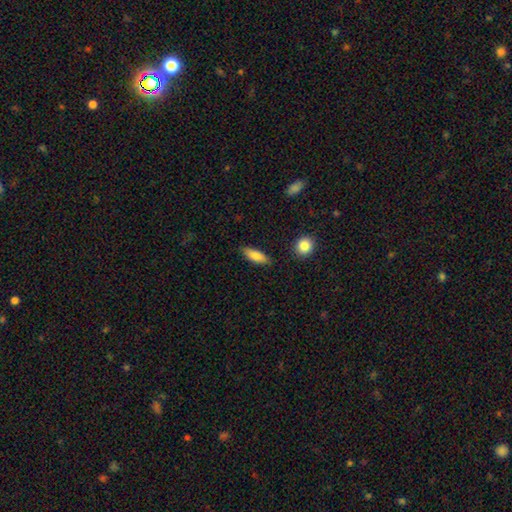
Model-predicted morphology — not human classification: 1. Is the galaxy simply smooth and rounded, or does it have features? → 81% smooth, 13% featured or disk, 7% star or artifact.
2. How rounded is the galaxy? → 63% in between, 34% cigar-shaped, 3% round.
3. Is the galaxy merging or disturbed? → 83% none, 12% minor disturbance, 3% major disturbance, 2% merger.